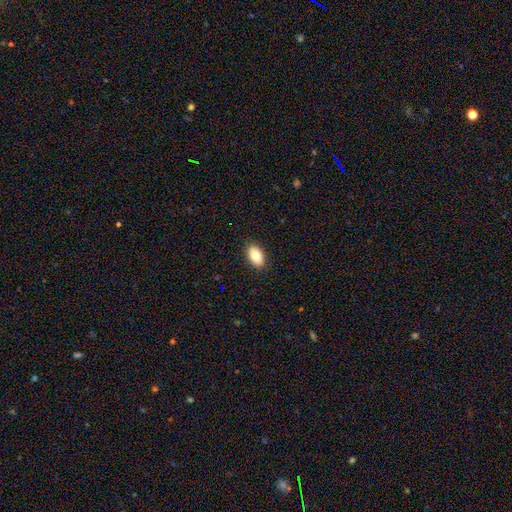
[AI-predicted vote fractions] Morphology: type=smooth (81%); roundness=in between (91%); merging=none (90%).